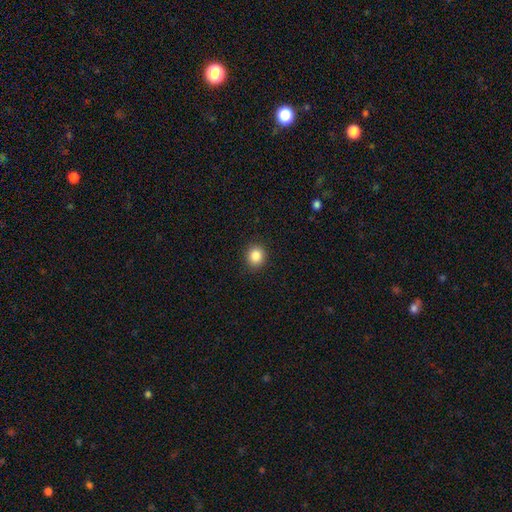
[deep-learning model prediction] This appears to be a smooth galaxy with no disk features (85%) that is round (85%). Merging: none (91%).